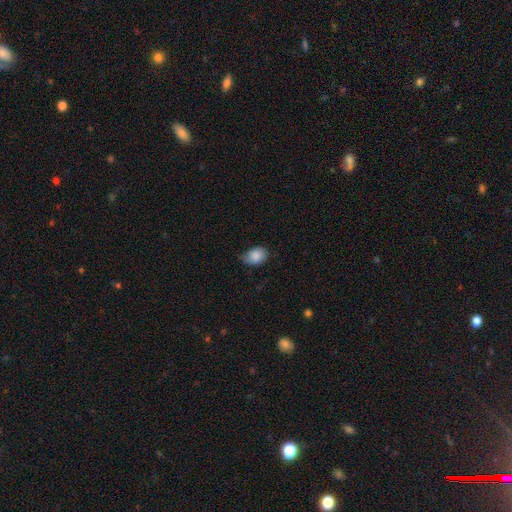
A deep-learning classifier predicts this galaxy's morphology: A smooth galaxy with no disk features (86%) that is in between round and cigar-shaped (70%).

Vote fractions:
- Smooth or featured? smooth: 86% / star or artifact: 8% / featured or disk: 6%
- How rounded? in between: 70% / round: 29% / cigar-shaped: 1%
- Merging? none: 55% / minor disturbance: 37% / major disturbance: 7% / merger: 1%